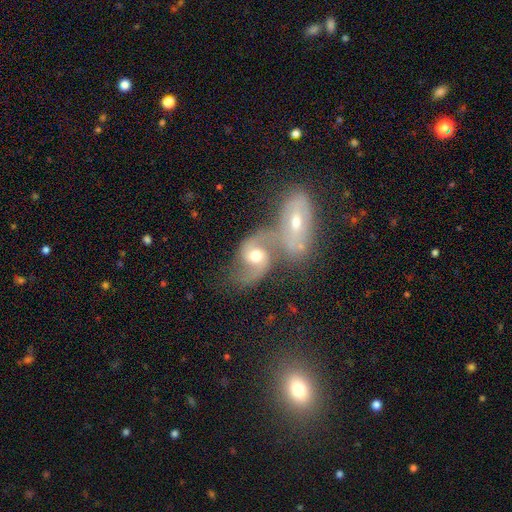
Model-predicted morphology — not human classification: This appears to be a featured or disk galaxy (79%) with no bar (48%), 2 (90%) loose (45%, tied with medium) spiral arms (93%) and a moderate central bulge (71%). Merging: merger (65%).